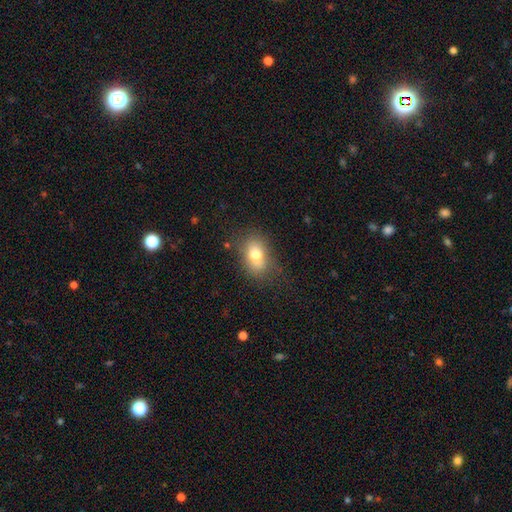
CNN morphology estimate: Smooth or featured?
  - smooth: 76% *
  - featured or disk: 14%
  - star or artifact: 10%
How rounded?
  - in between: 78% *
  - round: 20%
  - cigar-shaped: 2%
Merging?
  - none: 70% *
  - minor disturbance: 20%
  - major disturbance: 8%
  - merger: 2%